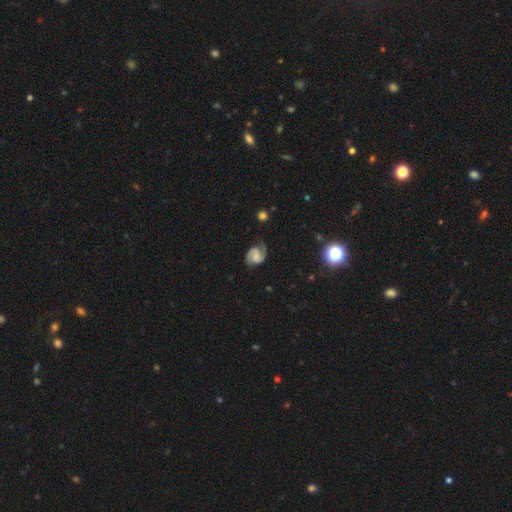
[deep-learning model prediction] Smooth or featured: featured or disk — 82% (smooth — 11%)
Edge-on disk: no — 98% (yes — 2%)
Bar: weak — 45% (no — 41%)
Spiral arms: yes — 97% (no — 3%)
Spiral winding: medium — 51% (tight — 33%)
Spiral arm count: 2 — 91% (can't tell — 3%)
Bulge size: none — 39% (small — 30%)
Merging: none — 75% (minor disturbance — 18%)